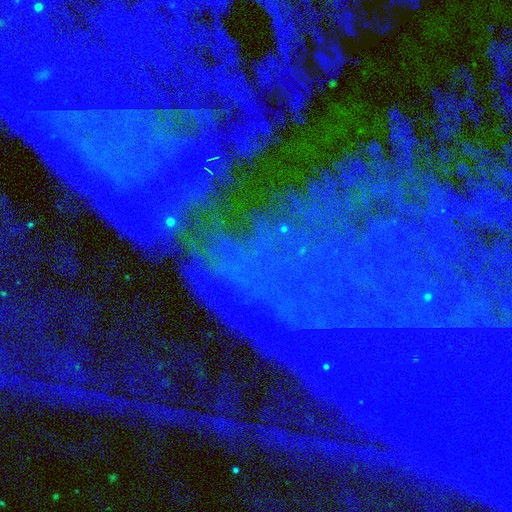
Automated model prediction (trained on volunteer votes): Smooth or featured? Predicted: star or artifact (p=0.83).